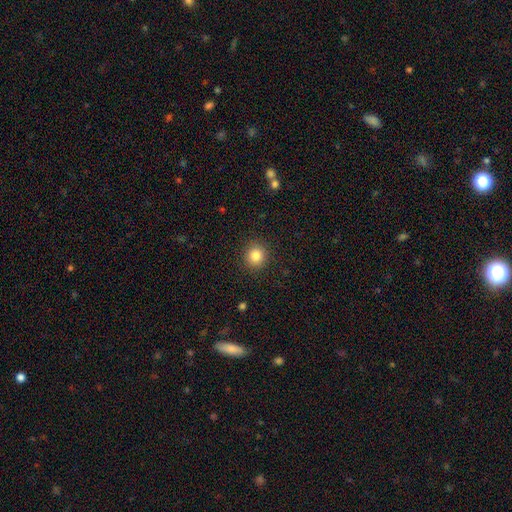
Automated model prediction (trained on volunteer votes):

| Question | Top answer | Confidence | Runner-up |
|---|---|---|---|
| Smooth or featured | smooth | 84% | star or artifact (10%) |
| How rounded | round | 90% | in between (9%) |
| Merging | none | 91% | minor disturbance (6%) |